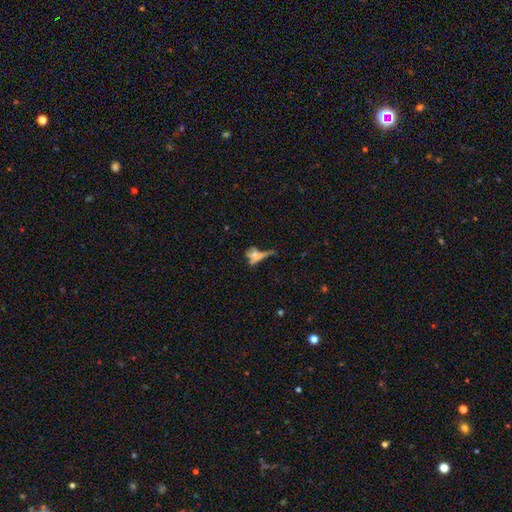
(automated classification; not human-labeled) A smooth galaxy with no disk features (49%). Merging: none (37%).